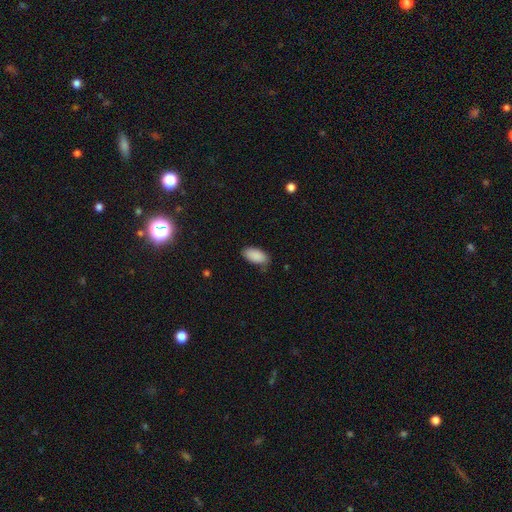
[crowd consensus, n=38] smooth 97%, star or artifact 3%, featured or disk 0%. Down the decision tree: how rounded — in between (97%); merging — none (76%).